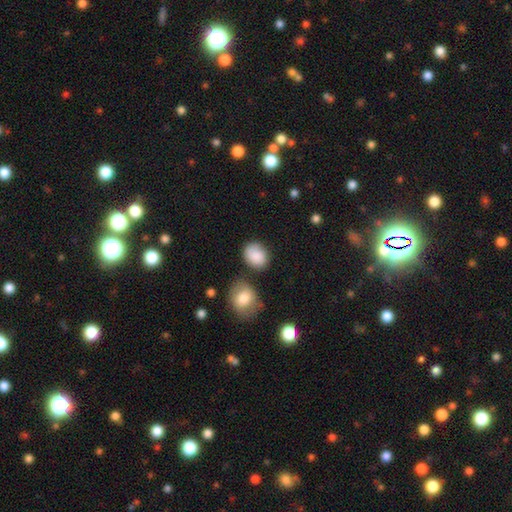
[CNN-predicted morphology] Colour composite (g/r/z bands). It shows a smooth galaxy with no disk features (87%) that is in between round and cigar-shaped (50%). Merging: none (71%).